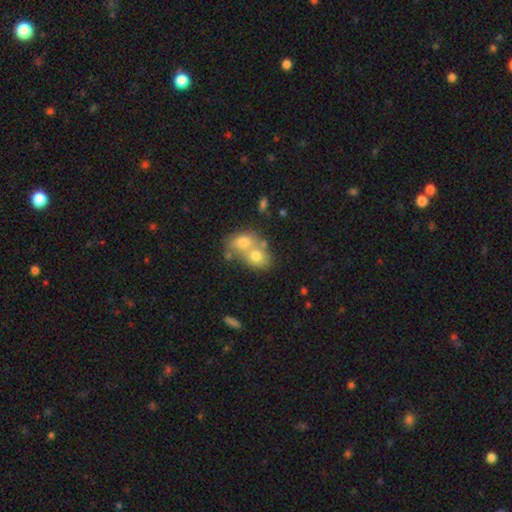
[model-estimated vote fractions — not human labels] Q: Smooth or featured?
A: smooth (69%); runner-up: featured or disk (21%)
Q: How rounded?
A: in between (53%); runner-up: round (46%)
Q: Merging?
A: merger (70%); runner-up: none (21%)